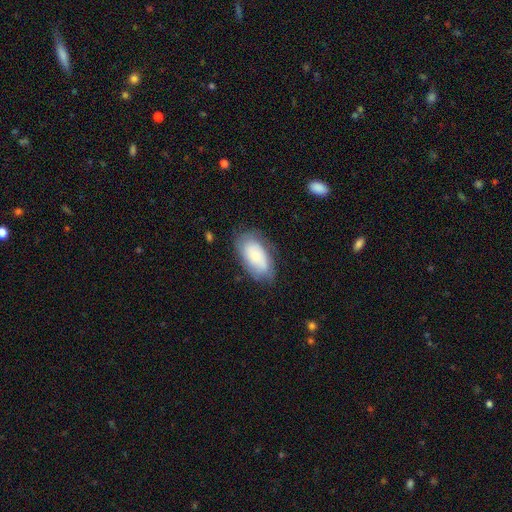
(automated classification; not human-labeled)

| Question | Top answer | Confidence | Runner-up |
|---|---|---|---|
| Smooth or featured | smooth | 64% | featured or disk (29%) |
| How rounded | in between | 93% | round (4%) |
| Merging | none | 71% | minor disturbance (21%) |